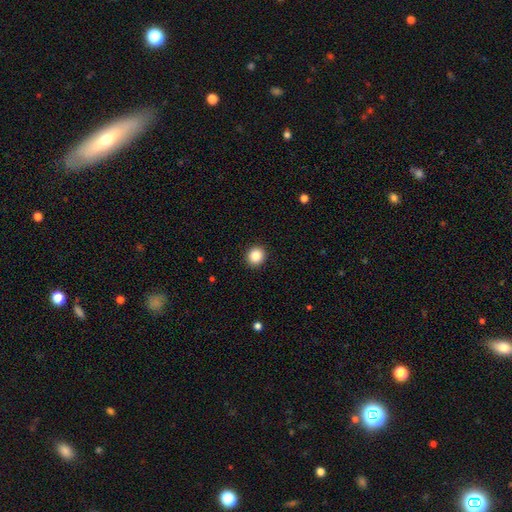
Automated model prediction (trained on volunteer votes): Smooth or featured? smooth (87%)
How rounded? round (87%)
Merging? none (92%)